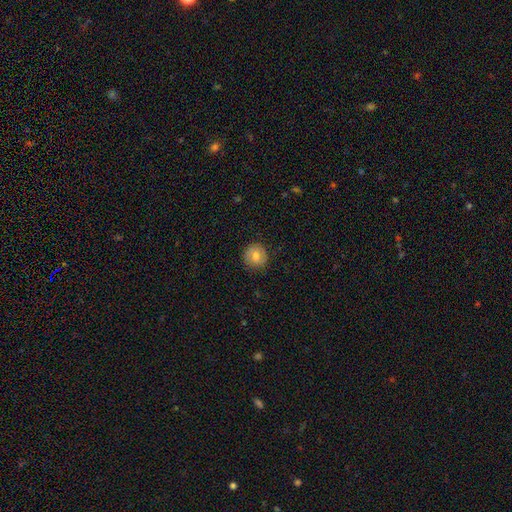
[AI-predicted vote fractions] A smooth galaxy with no disk features (72%) that is round (91%). Merging: none (87%).